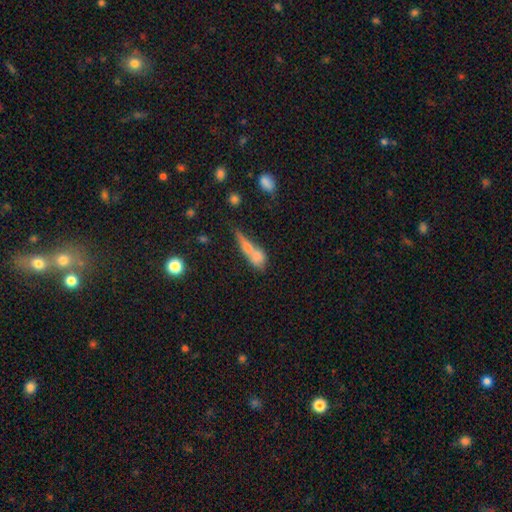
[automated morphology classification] Smooth or featured?
  - smooth: 60% *
  - featured or disk: 29%
  - star or artifact: 11%
How rounded?
  - in between: 47% *
  - cigar-shaped: 34%
  - round: 18%
Merging?
  - merger: 55% *
  - none: 24%
  - minor disturbance: 12%
  - major disturbance: 9%